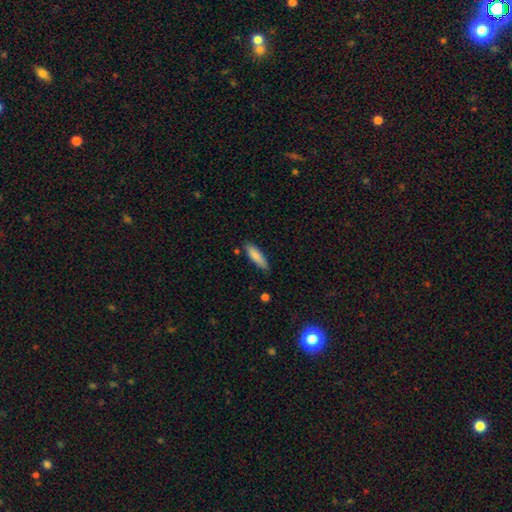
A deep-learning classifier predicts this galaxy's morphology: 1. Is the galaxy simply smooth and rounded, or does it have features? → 84% smooth, 10% featured or disk, 6% star or artifact.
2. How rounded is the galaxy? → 63% cigar-shaped, 36% in between, 1% round.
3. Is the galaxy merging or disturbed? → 79% none, 16% minor disturbance, 3% major disturbance, 3% merger.